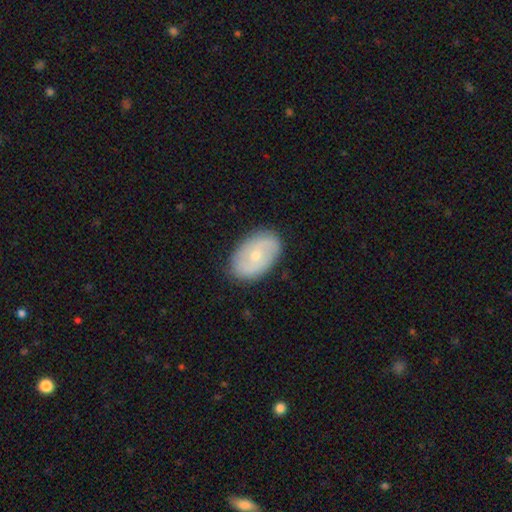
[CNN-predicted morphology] Smooth or featured? featured or disk (53%)
Edge-on disk? no (94%)
Merging? none (85%)